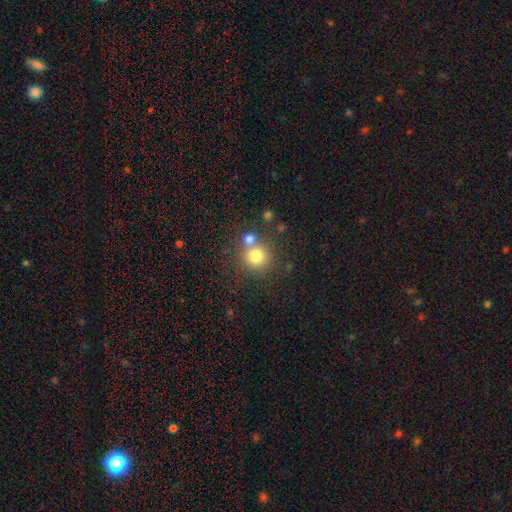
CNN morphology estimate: The model was most divided on "merging": none: 60%, merger: 29%, minor disturbance: 8%, major disturbance: 3%. More confident: how rounded — round (91%); smooth or featured — smooth (77%).